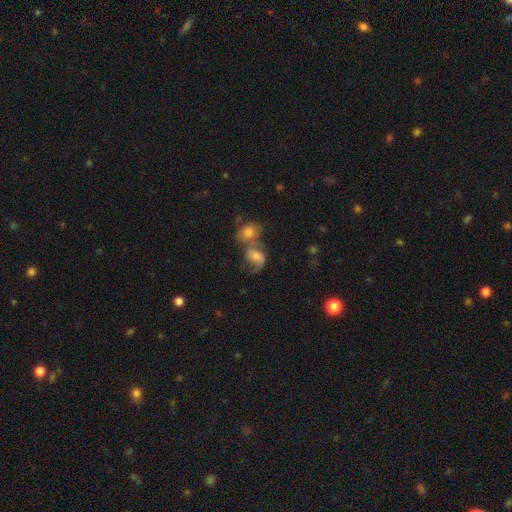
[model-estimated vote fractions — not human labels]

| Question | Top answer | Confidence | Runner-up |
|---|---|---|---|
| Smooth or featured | featured or disk | 56% | smooth (30%) |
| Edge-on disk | no | 96% | yes (4%) |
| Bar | no | 51% | weak (37%) |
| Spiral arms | yes | 86% | no (14%) |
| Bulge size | moderate | 44% | small (29%) |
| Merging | merger | 50% | none (29%) |